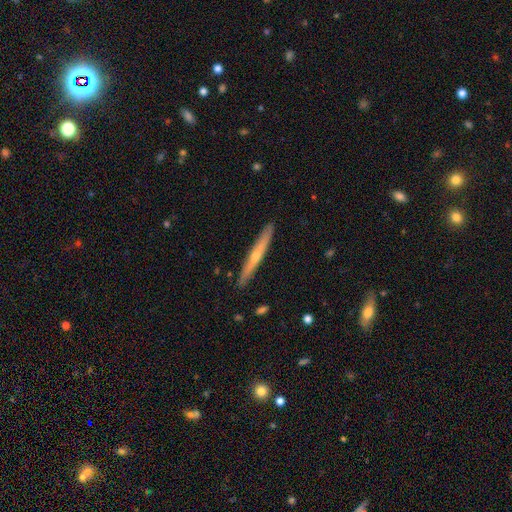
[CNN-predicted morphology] type=featured or disk (61%); edge-on=yes (96%); edge-on bulge=rounded (74%); merging=none (91%).